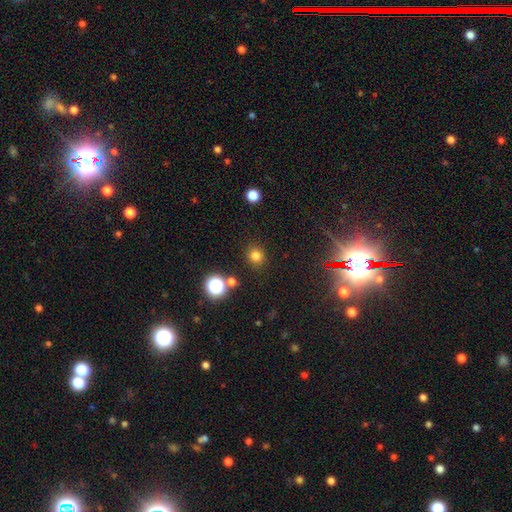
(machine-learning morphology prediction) A smooth galaxy with no disk features (78%) that is round (88%).

Vote fractions:
- Smooth or featured? smooth: 78% / star or artifact: 17% / featured or disk: 5%
- How rounded? round: 88% / in between: 11% / cigar-shaped: 1%
- Merging? none: 87% / minor disturbance: 7% / merger: 3% / major disturbance: 3%